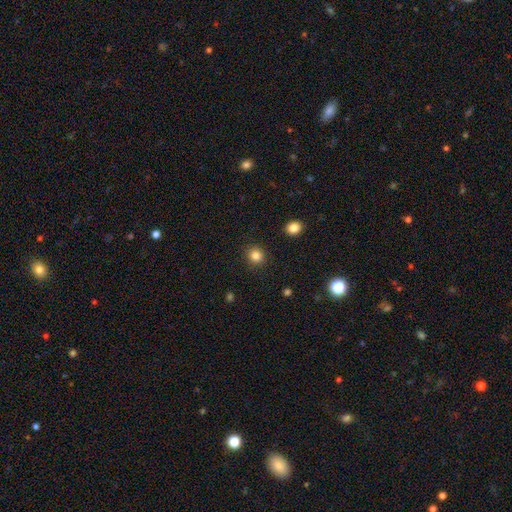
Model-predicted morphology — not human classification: This appears to be a smooth galaxy with no disk features (84%) that is round (85%). Merging: none (90%).